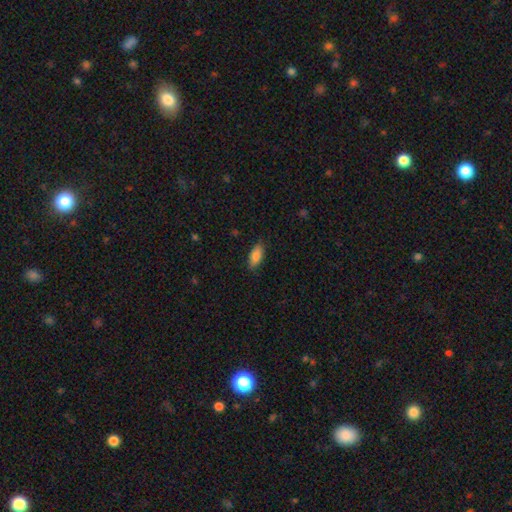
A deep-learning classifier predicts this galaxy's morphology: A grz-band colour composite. It shows a smooth galaxy with no disk features (85%) that is in between round and cigar-shaped (84%). Merging: none (85%).